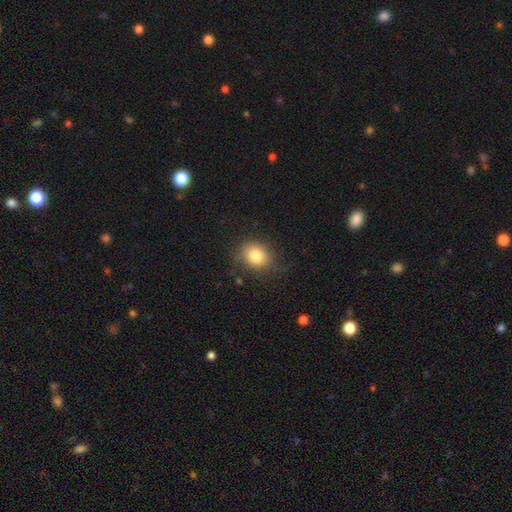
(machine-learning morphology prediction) type=smooth (81%); roundness=round (60%); merging=none (77%).